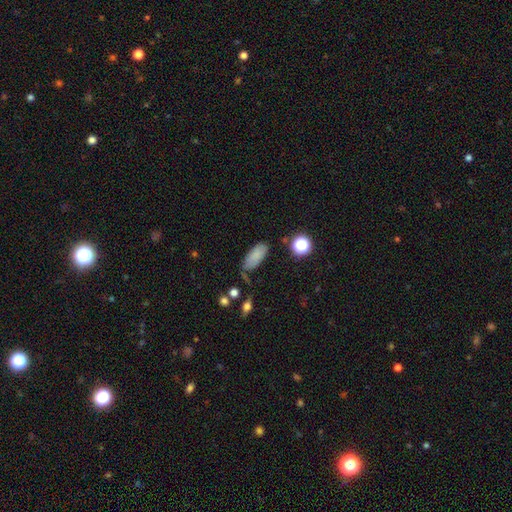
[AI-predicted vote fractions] smooth 79%, star or artifact 11%, featured or disk 10%. Down the decision tree: how rounded — in between (83%); merging — none (65%).